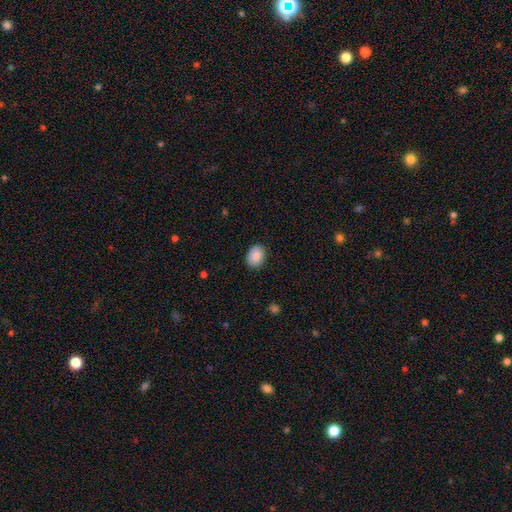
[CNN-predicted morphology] Q: Smooth or featured?
A: smooth (88%); runner-up: star or artifact (7%)
Q: How rounded?
A: in between (71%); runner-up: round (28%)
Q: Merging?
A: none (87%); runner-up: minor disturbance (10%)